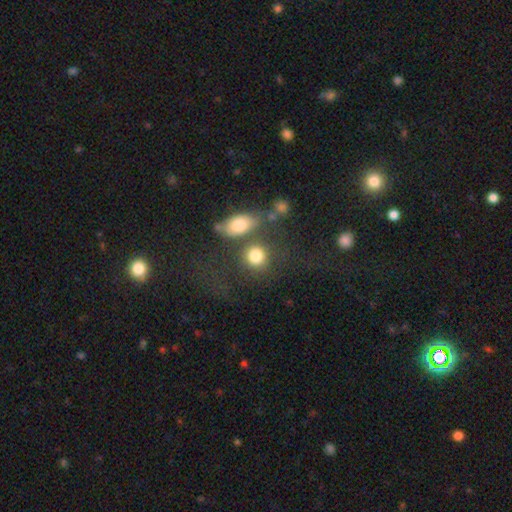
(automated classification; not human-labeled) Q: Smooth or featured?
A: smooth (81%); runner-up: star or artifact (10%)
Q: How rounded?
A: round (74%); runner-up: in between (24%)
Q: Merging?
A: none (55%); runner-up: merger (24%)